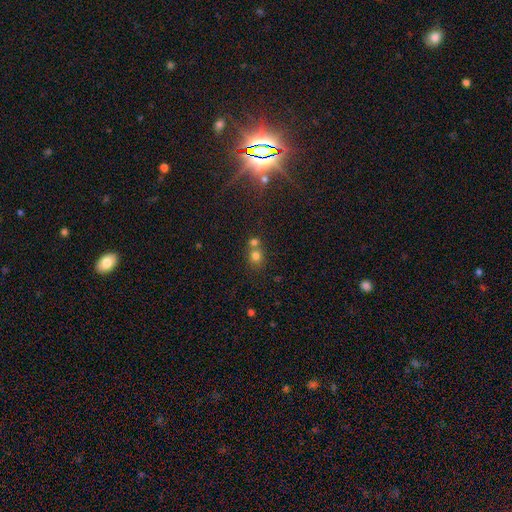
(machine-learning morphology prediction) This is likely a smooth galaxy (76%). How rounded: clearly round (80%). Merging: possibly merger (47%).